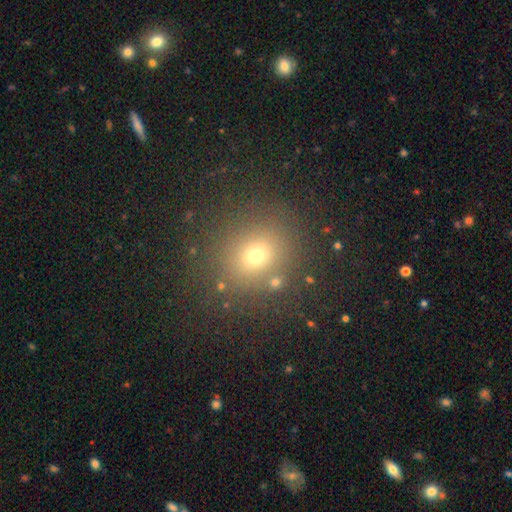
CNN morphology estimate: A smooth galaxy with no disk features (65%) that is round (77%).

Vote fractions:
- Smooth or featured? smooth: 65% / star or artifact: 25% / featured or disk: 10%
- How rounded? round: 77% / in between: 22% / cigar-shaped: 1%
- Merging? none: 83% / minor disturbance: 8% / major disturbance: 4% / merger: 4%